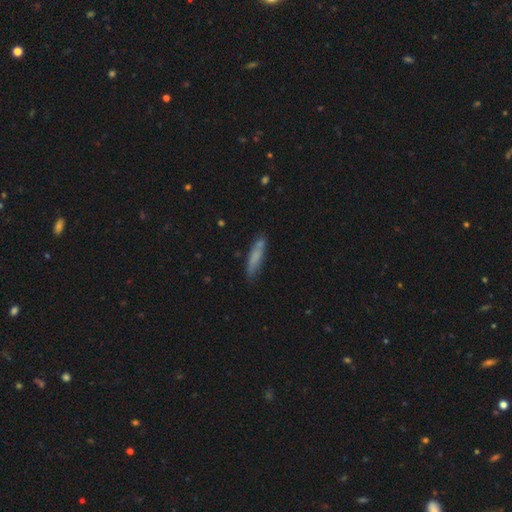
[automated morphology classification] smooth_or_featured: smooth (p=0.72) [alt: featured or disk p=0.21]
how_rounded: cigar-shaped (p=0.85) [alt: in between p=0.13]
merging: none (p=0.74) [alt: minor disturbance p=0.18]